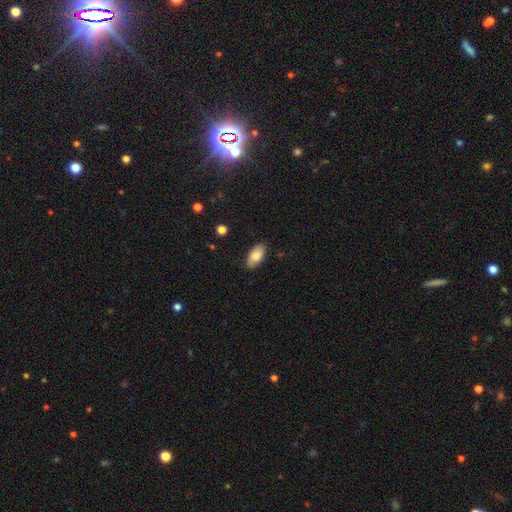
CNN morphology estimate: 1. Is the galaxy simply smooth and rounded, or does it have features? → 78% smooth, 16% featured or disk, 7% star or artifact.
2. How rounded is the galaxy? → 94% in between, 4% cigar-shaped, 3% round.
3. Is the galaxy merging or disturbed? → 85% none, 12% minor disturbance, 2% major disturbance, 1% merger.